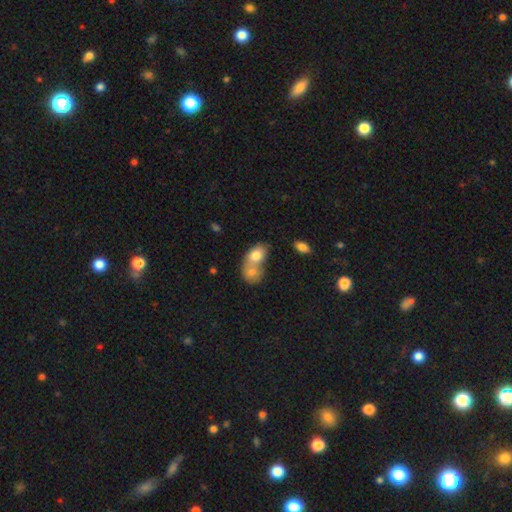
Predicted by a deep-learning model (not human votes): A smooth galaxy with no disk features (76%) that is in between round and cigar-shaped (77%).

Vote fractions:
- Smooth or featured? smooth: 76% / featured or disk: 16% / star or artifact: 8%
- How rounded? in between: 77% / round: 21% / cigar-shaped: 2%
- Merging? merger: 71% / none: 19% / minor disturbance: 6% / major disturbance: 4%